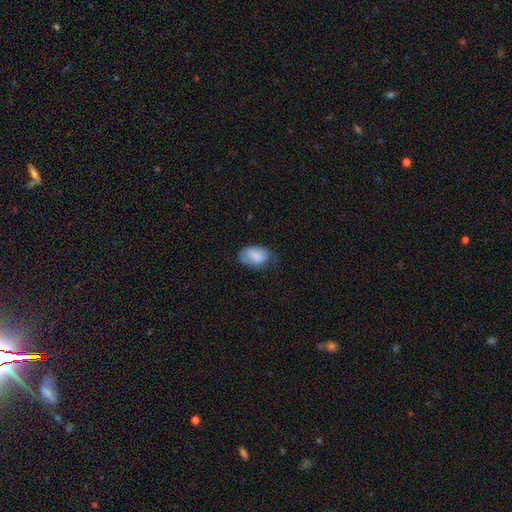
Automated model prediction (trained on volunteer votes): Smooth or featured? Predicted: smooth (p=0.81). How rounded? Predicted: in between (p=0.88). Merging? Predicted: none (p=0.48).